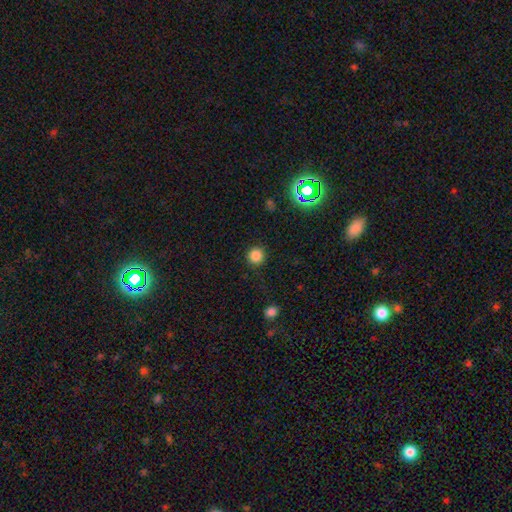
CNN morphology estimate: This appears to be a smooth galaxy with no disk features (83%) that is round (95%). Merging: none (90%).